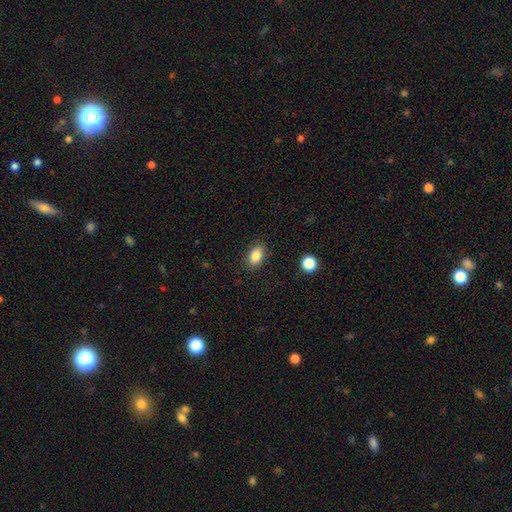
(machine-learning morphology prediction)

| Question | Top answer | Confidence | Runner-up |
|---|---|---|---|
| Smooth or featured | smooth | 86% | star or artifact (9%) |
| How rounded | in between | 87% | round (11%) |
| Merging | none | 86% | minor disturbance (10%) |